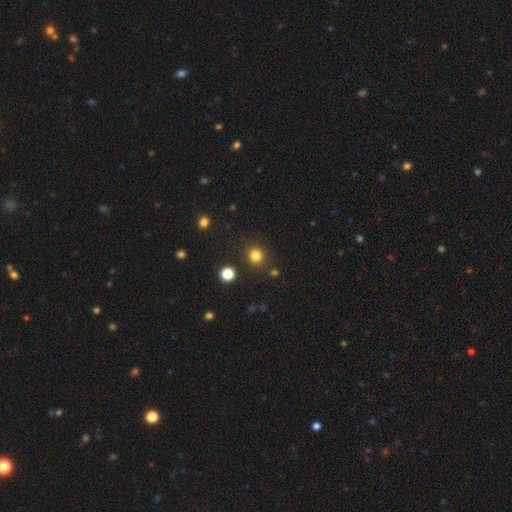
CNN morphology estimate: smooth 82%, star or artifact 14%, featured or disk 4%. Down the decision tree: how rounded — round (89%); merging — none (87%).